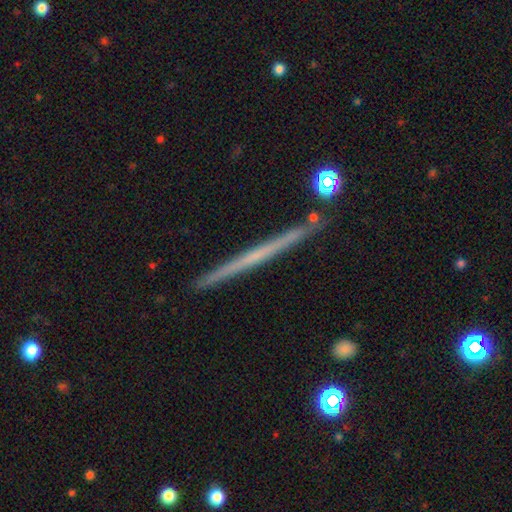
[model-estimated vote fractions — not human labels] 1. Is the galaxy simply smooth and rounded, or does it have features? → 62% featured or disk, 32% smooth, 6% star or artifact.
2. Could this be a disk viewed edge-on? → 98% yes, 2% no.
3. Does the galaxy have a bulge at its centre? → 89% none, 8% rounded, 3% boxy.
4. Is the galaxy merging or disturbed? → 91% none, 6% minor disturbance, 2% merger, 1% major disturbance.